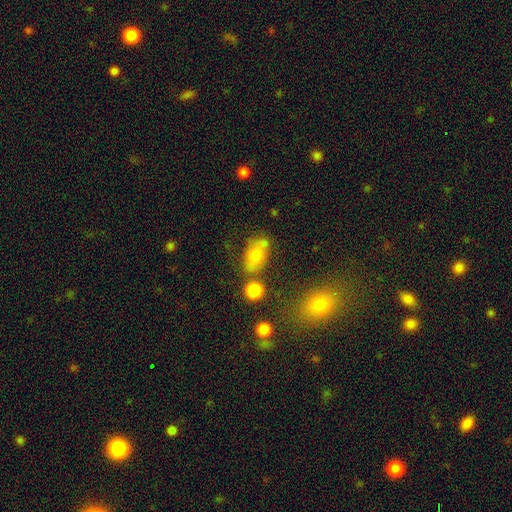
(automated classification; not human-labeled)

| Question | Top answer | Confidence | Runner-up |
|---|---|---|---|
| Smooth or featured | smooth | 69% | featured or disk (18%) |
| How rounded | in between | 77% | round (20%) |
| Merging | none | 57% | merger (18%) |